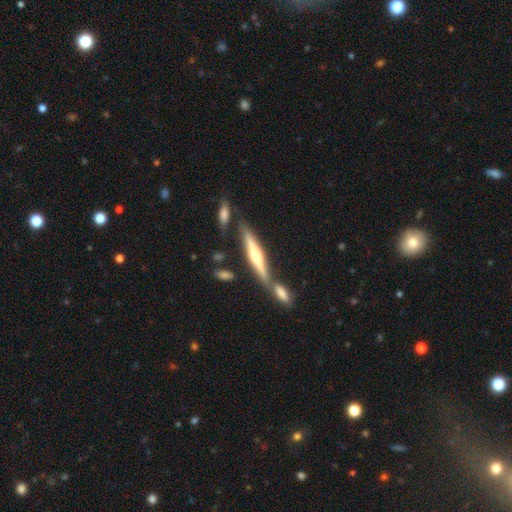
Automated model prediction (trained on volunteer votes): A featured or disk galaxy (67%) viewed edge-on (95%) with a rounded central bulge (87%).

Vote fractions:
- Smooth or featured? featured or disk: 67% / smooth: 27% / star or artifact: 6%
- Edge-on disk? yes: 95% / no: 5%
- Edge-on bulge? rounded: 87% / none: 7% / boxy: 6%
- Merging? none: 63% / merger: 22% / minor disturbance: 12% / major disturbance: 3%